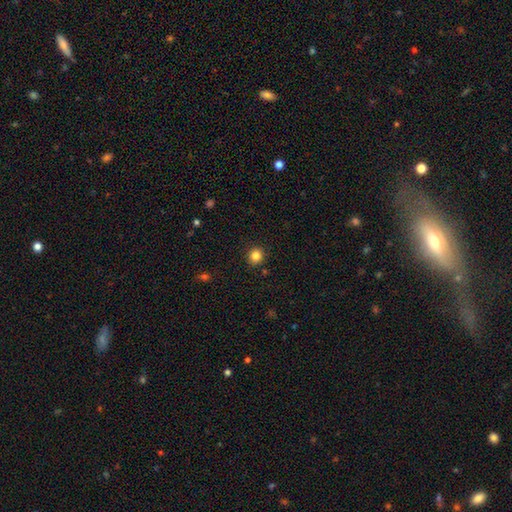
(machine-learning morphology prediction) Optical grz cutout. It shows a smooth galaxy with no disk features (83%) that is round (88%). Merging: none (90%).